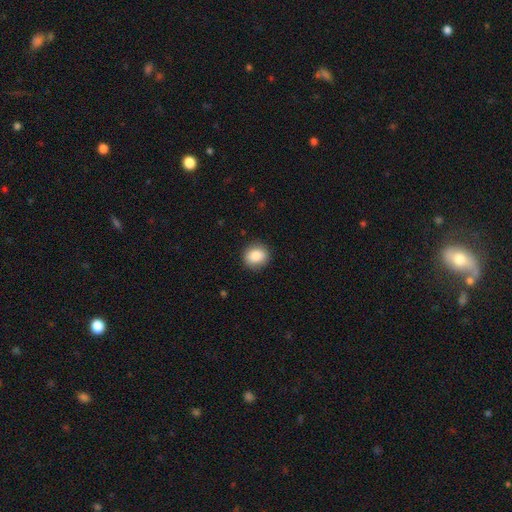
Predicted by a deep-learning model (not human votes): smooth-or-featured: smooth: 87% | star or artifact: 8% | featured or disk: 5%
  how-rounded: round: 77% | in between: 22% | cigar-shaped: 1%
  merging: none: 89% | minor disturbance: 8% | major disturbance: 2% | merger: 1%